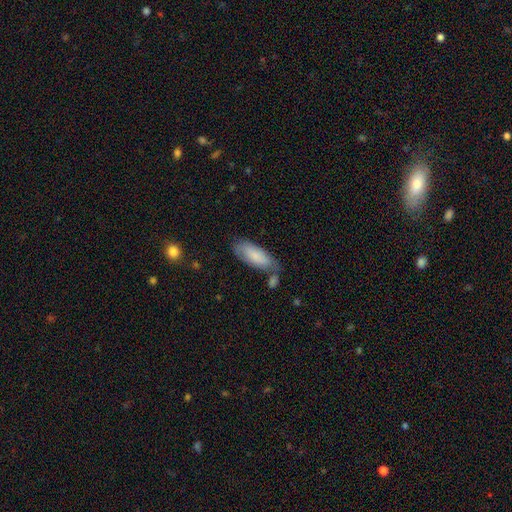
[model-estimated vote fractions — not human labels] smooth-or-featured: smooth: 77% | featured or disk: 17% | star or artifact: 6%
  how-rounded: in between: 77% | cigar-shaped: 21% | round: 2%
  merging: none: 56% | minor disturbance: 25% | merger: 12% | major disturbance: 7%